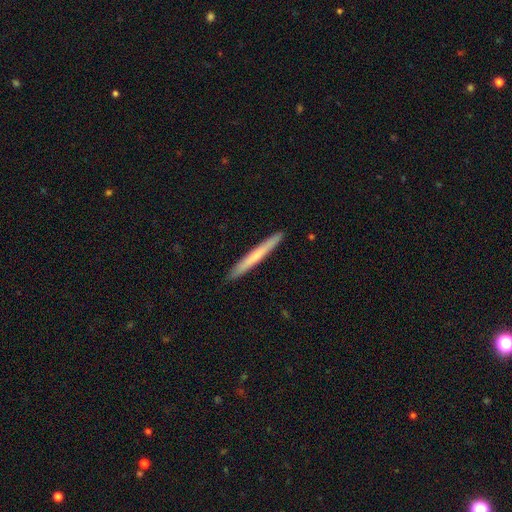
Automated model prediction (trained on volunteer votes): Smooth or featured: smooth — 60% (featured or disk — 34%)
How rounded: cigar-shaped — 97% (in between — 2%)
Merging: none — 92% (minor disturbance — 6%)